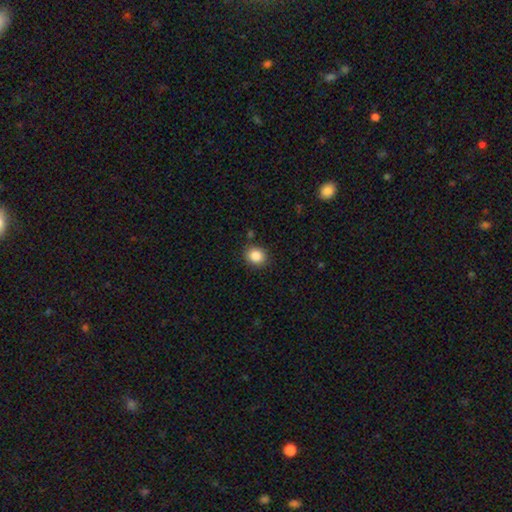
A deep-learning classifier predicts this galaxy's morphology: Smooth or featured: smooth — 86% (star or artifact — 10%)
How rounded: round — 73% (in between — 27%)
Merging: none — 87% (minor disturbance — 9%)